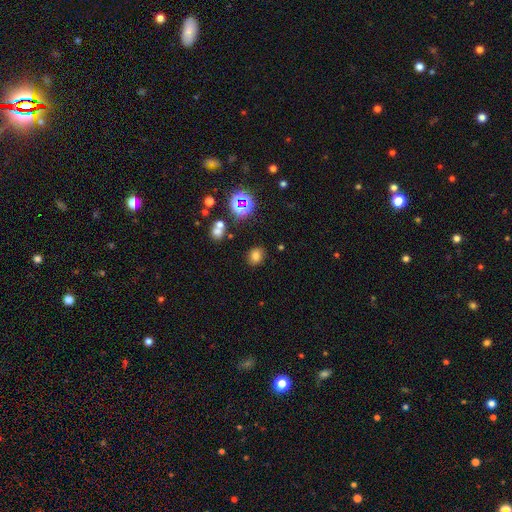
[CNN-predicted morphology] Smooth or featured: smooth — 74% (star or artifact — 20%)
How rounded: round — 62% (in between — 37%)
Merging: none — 84% (minor disturbance — 10%)